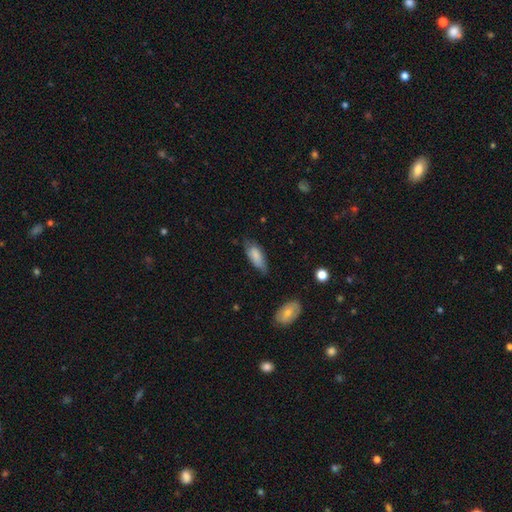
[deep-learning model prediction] A smooth galaxy with no disk features (77%) that is in between round and cigar-shaped (77%). Merging: none (53%).